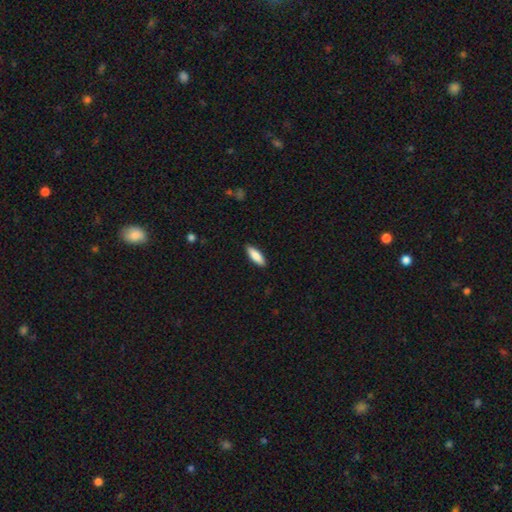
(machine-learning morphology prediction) This appears to be a smooth galaxy with no disk features (84%) that is in between round and cigar-shaped (52%). Merging: none (89%).